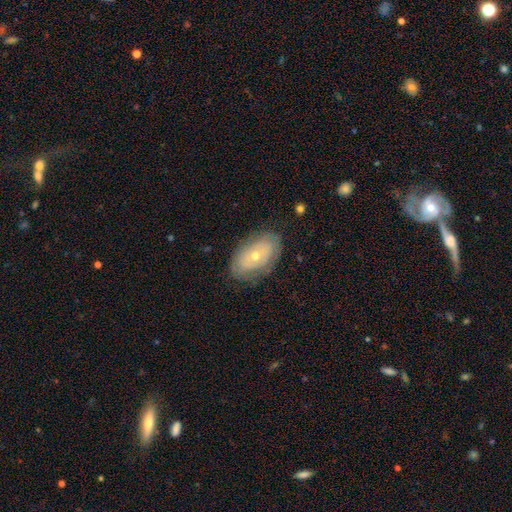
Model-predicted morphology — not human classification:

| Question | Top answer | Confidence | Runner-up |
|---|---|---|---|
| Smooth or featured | featured or disk | 57% | smooth (36%) |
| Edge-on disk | no | 91% | yes (9%) |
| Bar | no | 86% | weak (11%) |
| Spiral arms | no | 56% | yes (44%) |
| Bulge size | moderate | 49% | small (48%) |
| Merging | none | 78% | minor disturbance (16%) |